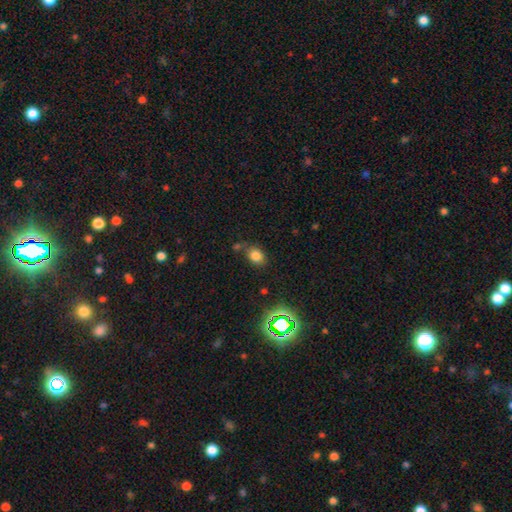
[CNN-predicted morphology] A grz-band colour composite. It shows a smooth galaxy with no disk features (78%) that is in between round and cigar-shaped (63%). Merging: none (69%).